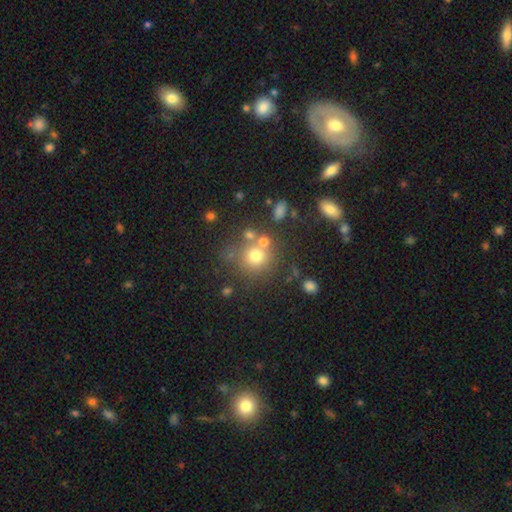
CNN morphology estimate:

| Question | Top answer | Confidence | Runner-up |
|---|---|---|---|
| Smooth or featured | smooth | 71% | star or artifact (16%) |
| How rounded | round | 88% | in between (11%) |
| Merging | none | 62% | merger (20%) |